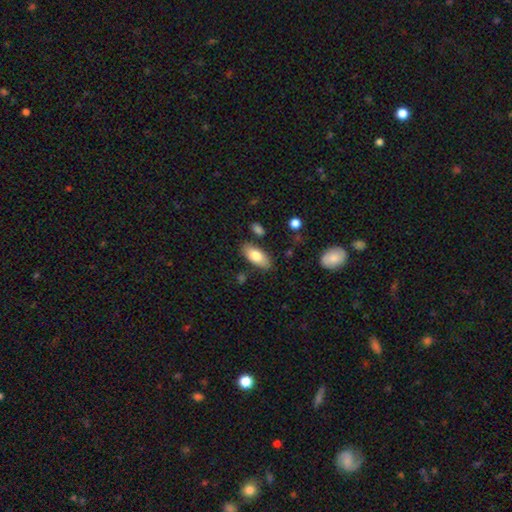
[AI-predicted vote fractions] Smooth or featured?
  - smooth: 76% *
  - featured or disk: 17%
  - star or artifact: 6%
How rounded?
  - in between: 86% *
  - cigar-shaped: 11%
  - round: 3%
Merging?
  - none: 82% *
  - minor disturbance: 12%
  - merger: 3%
  - major disturbance: 3%